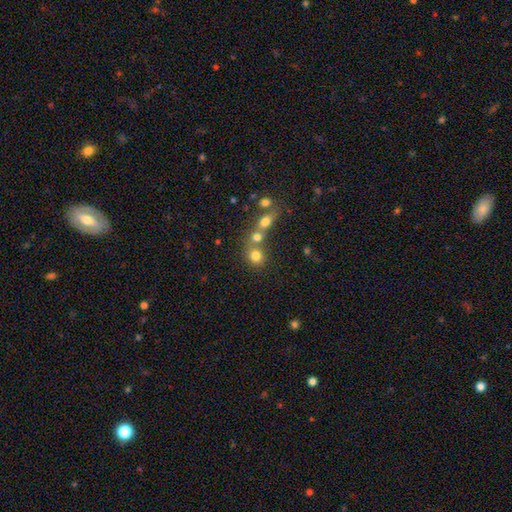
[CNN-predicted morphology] Smooth or featured? Predicted: smooth (p=0.76). How rounded? Predicted: round (p=0.80). Merging? Predicted: none (p=0.46).